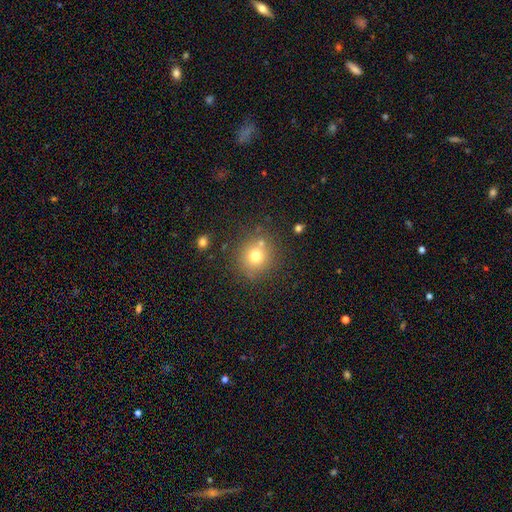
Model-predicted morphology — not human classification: smooth_or_featured: smooth (p=0.73) [alt: star or artifact p=0.15]
how_rounded: round (p=0.88) [alt: in between p=0.11]
merging: none (p=0.77) [alt: minor disturbance p=0.11]